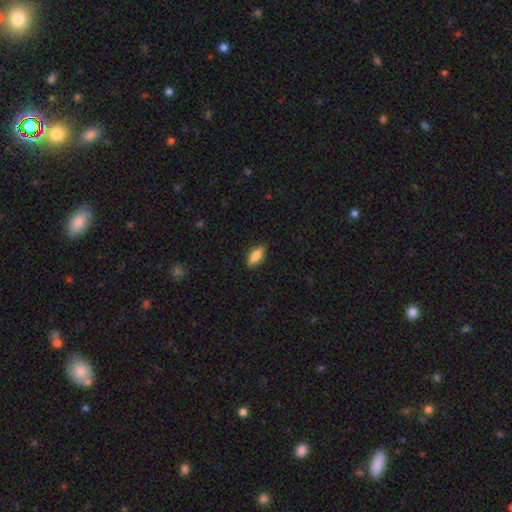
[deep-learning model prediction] smooth-or-featured: smooth: 81% | featured or disk: 12% | star or artifact: 7%
  how-rounded: in between: 78% | cigar-shaped: 19% | round: 3%
  merging: none: 85% | minor disturbance: 12% | major disturbance: 2% | merger: 1%